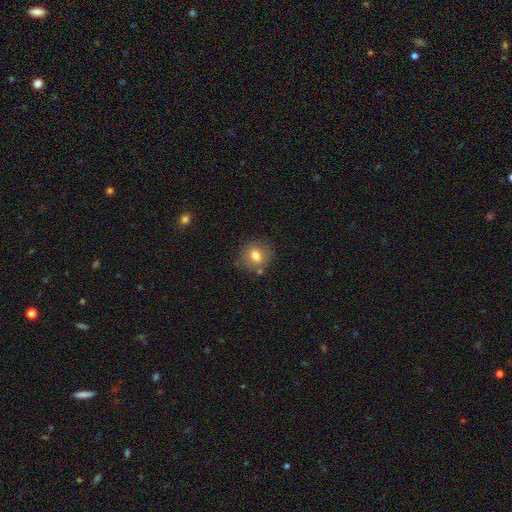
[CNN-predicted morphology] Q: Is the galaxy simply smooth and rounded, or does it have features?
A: smooth — 74%.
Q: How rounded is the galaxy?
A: round — 72%.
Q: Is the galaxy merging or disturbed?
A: none — 75%.